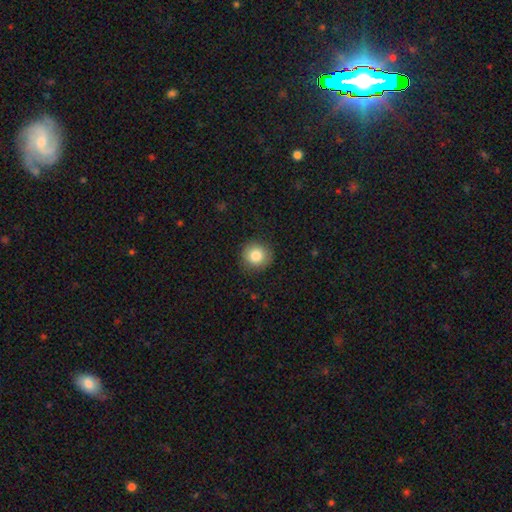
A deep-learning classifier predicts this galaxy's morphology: smooth 84%, star or artifact 9%, featured or disk 7%. Down the decision tree: how rounded — round (91%); merging — none (88%).